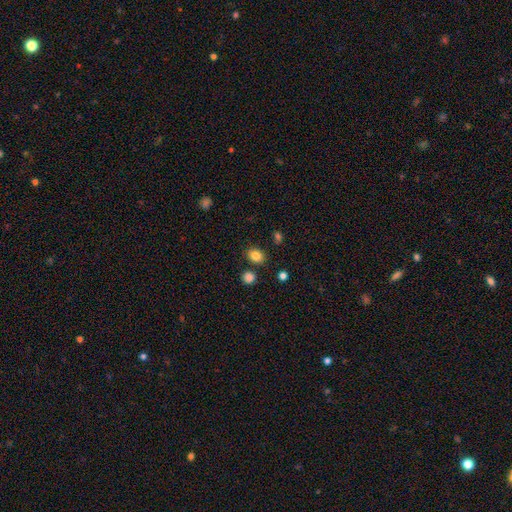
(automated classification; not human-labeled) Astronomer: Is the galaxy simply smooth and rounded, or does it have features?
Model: smooth — 84%.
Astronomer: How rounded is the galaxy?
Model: round — 53% (runner-up: in between, 46%).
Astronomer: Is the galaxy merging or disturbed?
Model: none — 83%.